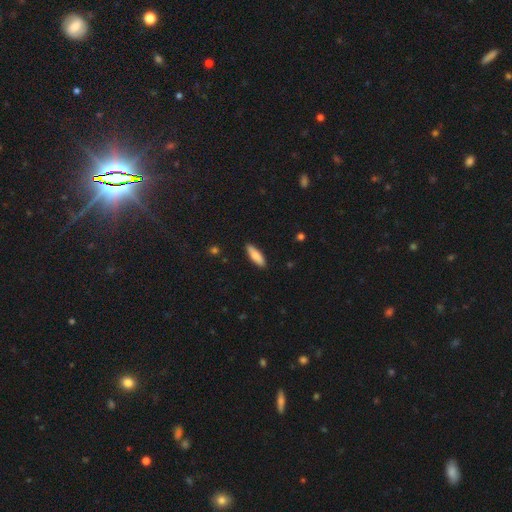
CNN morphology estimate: A smooth galaxy with no disk features (80%) that is in between round and cigar-shaped (49%, tied with cigar-shaped).

Vote fractions:
- Smooth or featured? smooth: 80% / featured or disk: 14% / star or artifact: 6%
- How rounded? in between: 49% (tied) / cigar-shaped: 49% (tied) / round: 2%
- Merging? none: 88% / minor disturbance: 9% / major disturbance: 2% / merger: 1%